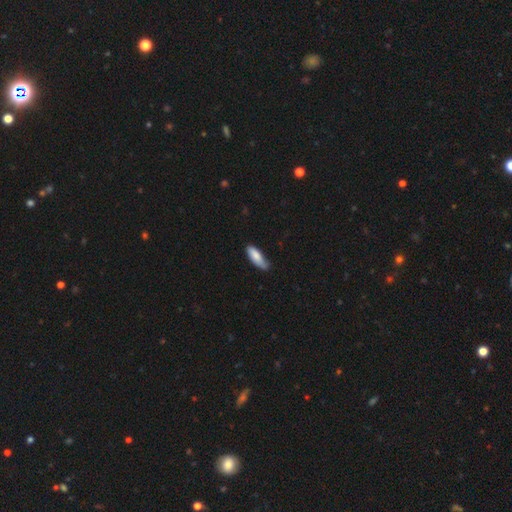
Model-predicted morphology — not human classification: The model was most divided on "merging": none: 54%, minor disturbance: 36%, major disturbance: 7%, merger: 3%. More confident: smooth or featured — smooth (80%); how rounded — in between (66%).